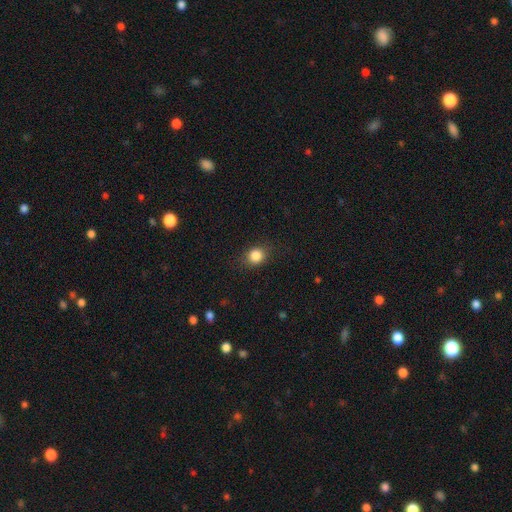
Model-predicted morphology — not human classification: Overall: smooth (84%). How rounded: round (67%; in between 32%). Merging: none (83%).